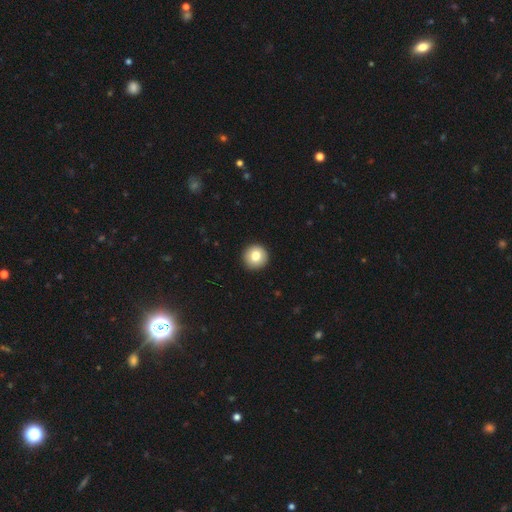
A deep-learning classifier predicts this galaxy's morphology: Smooth or featured? smooth (80%)
How rounded? round (96%)
Merging? none (93%)